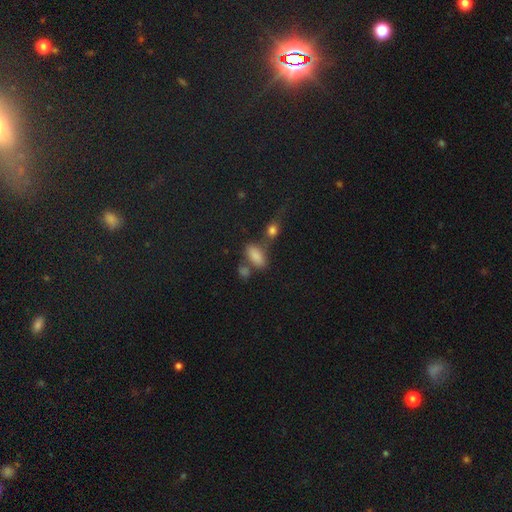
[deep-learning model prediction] A smooth galaxy with no disk features (82%) that is in between round and cigar-shaped (88%).

Vote fractions:
- Smooth or featured? smooth: 82% / star or artifact: 10% / featured or disk: 8%
- How rounded? in between: 88% / cigar-shaped: 7% / round: 5%
- Merging? none: 48% / merger: 29% / minor disturbance: 15% / major disturbance: 7%